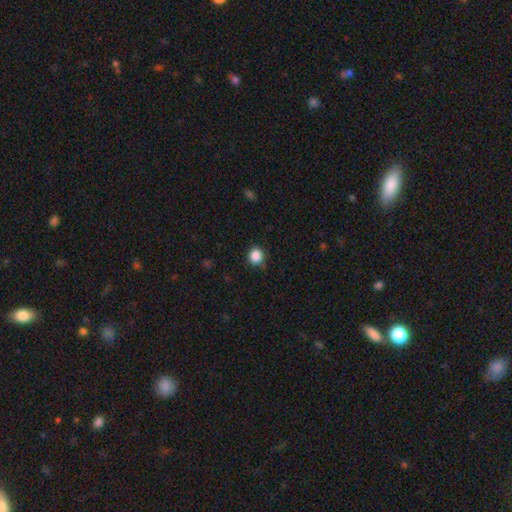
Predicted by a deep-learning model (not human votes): Smooth or featured? smooth (86%)
How rounded? round (88%)
Merging? none (84%)